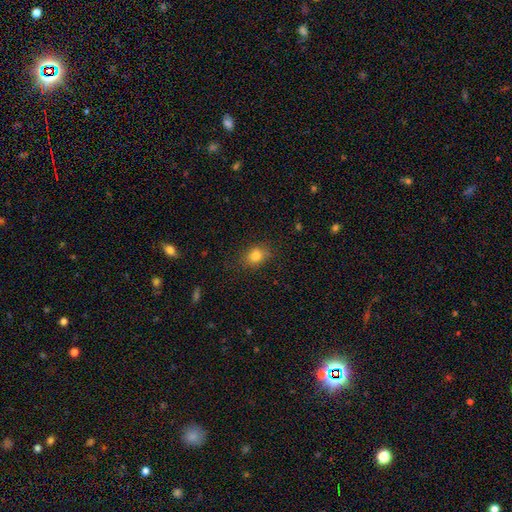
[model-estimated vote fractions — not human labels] This is clearly a smooth galaxy (81%). How rounded: possibly in between (52%). Merging: clearly none (80%).